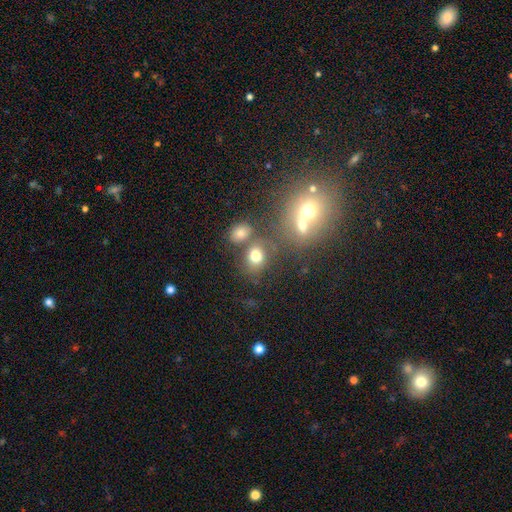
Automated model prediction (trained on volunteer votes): Smooth or featured?
  - smooth: 72% *
  - star or artifact: 16%
  - featured or disk: 11%
How rounded?
  - round: 56% *
  - in between: 42%
  - cigar-shaped: 1%
Merging?
  - none: 57% *
  - merger: 23%
  - minor disturbance: 13%
  - major disturbance: 7%